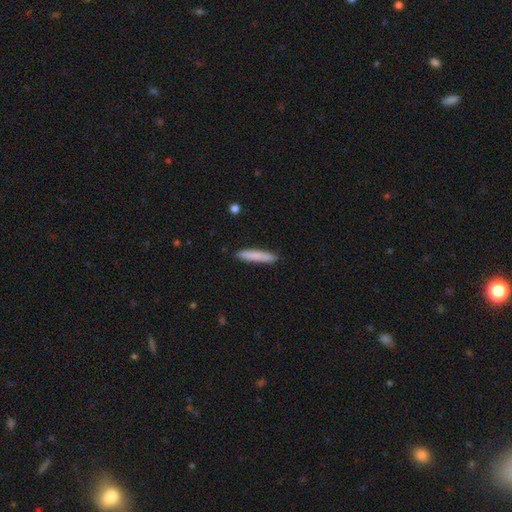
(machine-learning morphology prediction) Smooth or featured?
  - smooth: 82% *
  - featured or disk: 12%
  - star or artifact: 6%
How rounded?
  - cigar-shaped: 92% *
  - in between: 7%
  - round: 1%
Merging?
  - none: 88% *
  - minor disturbance: 9%
  - major disturbance: 2%
  - merger: 1%